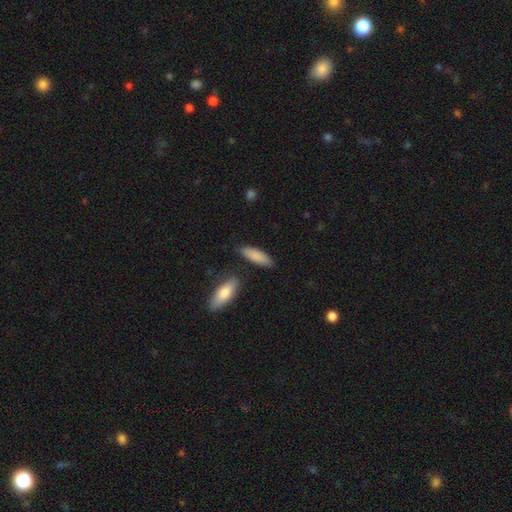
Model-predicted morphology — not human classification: Smooth or featured: smooth — 85% (featured or disk — 9%)
How rounded: in between — 54% (cigar-shaped — 44%)
Merging: none — 80% (minor disturbance — 12%)